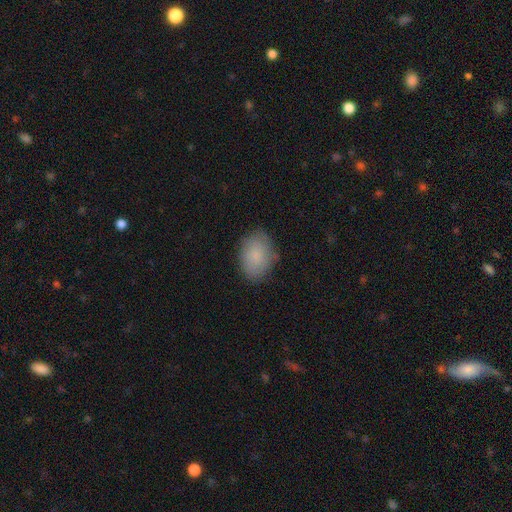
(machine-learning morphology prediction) Smooth or featured: smooth — 84% (featured or disk — 9%)
How rounded: in between — 79% (round — 20%)
Merging: none — 80% (minor disturbance — 15%)